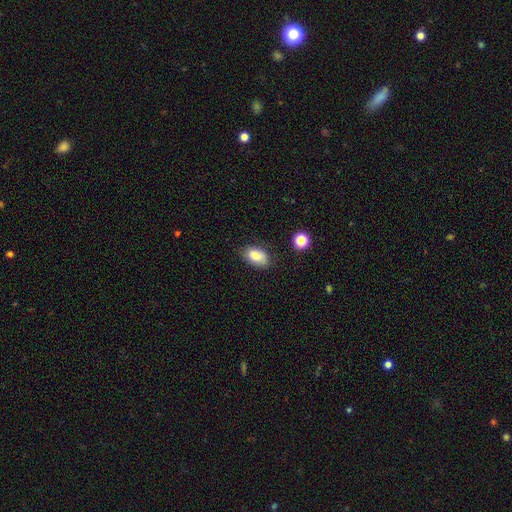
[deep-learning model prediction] Morphology: type=smooth (82%); roundness=in between (90%); merging=none (79%).